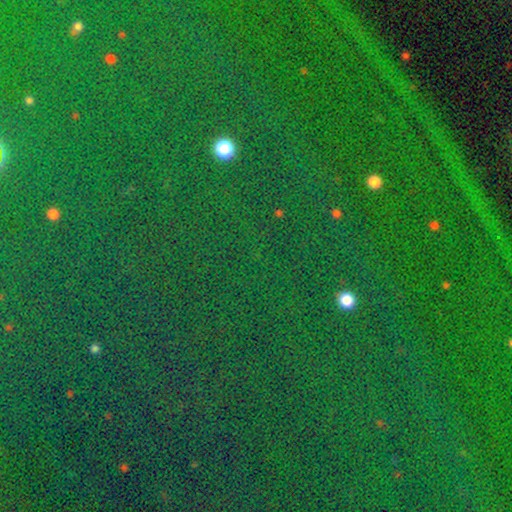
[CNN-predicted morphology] star or artifact 84%, smooth 10%, featured or disk 7%.